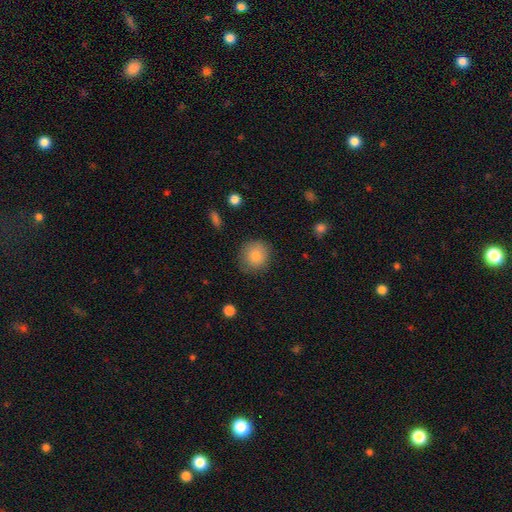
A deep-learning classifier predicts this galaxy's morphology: smooth_or_featured: smooth (p=0.82) [alt: featured or disk p=0.10]
how_rounded: round (p=0.87) [alt: in between p=0.12]
merging: none (p=0.81) [alt: minor disturbance p=0.14]